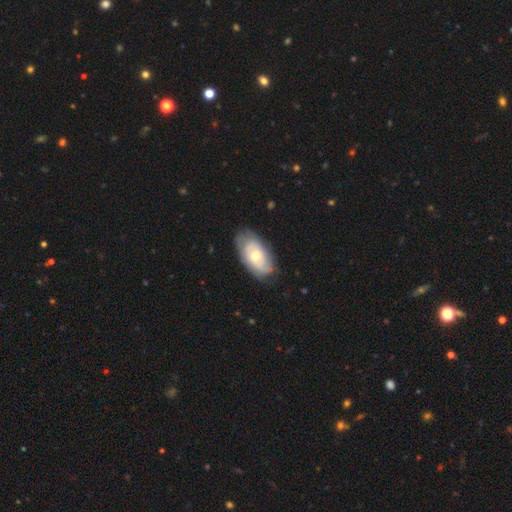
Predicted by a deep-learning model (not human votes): This appears to be a featured or disk galaxy (56%) with no bar (71%), spiral arms (71%) and a moderate central bulge (67%). Merging: none (72%).